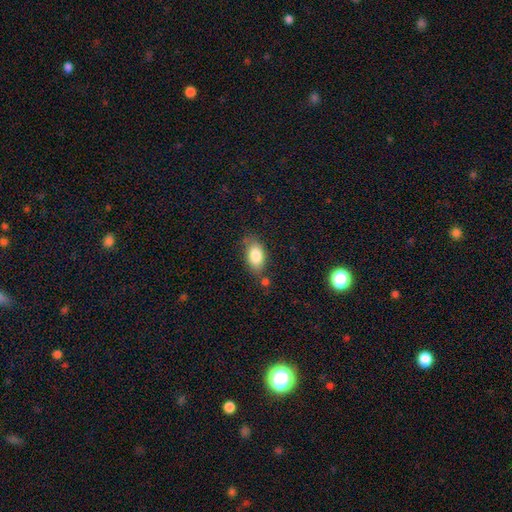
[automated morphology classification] Q: Smooth or featured?
A: smooth (83%); runner-up: featured or disk (9%)
Q: How rounded?
A: in between (90%); runner-up: round (7%)
Q: Merging?
A: none (68%); runner-up: minor disturbance (20%)